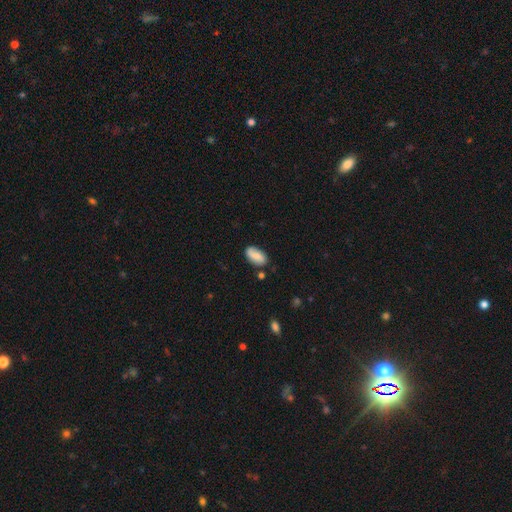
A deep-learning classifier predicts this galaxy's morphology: Q: Smooth or featured?
A: smooth (70%); runner-up: featured or disk (23%)
Q: How rounded?
A: in between (92%); runner-up: cigar-shaped (4%)
Q: Merging?
A: none (74%); runner-up: minor disturbance (18%)